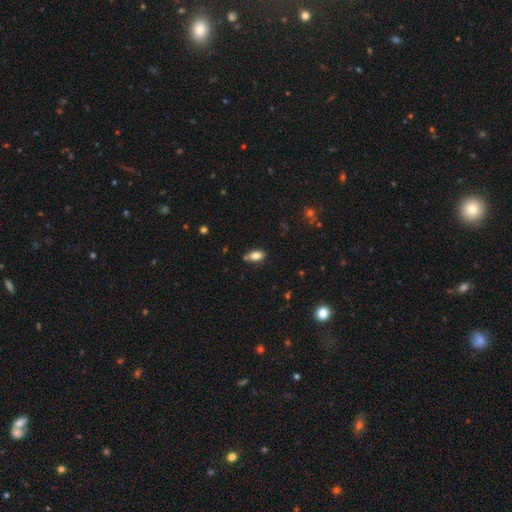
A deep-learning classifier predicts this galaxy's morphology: Smooth or featured? Predicted: smooth (p=0.79). How rounded? Predicted: in between (p=0.88). Merging? Predicted: none (p=0.72).